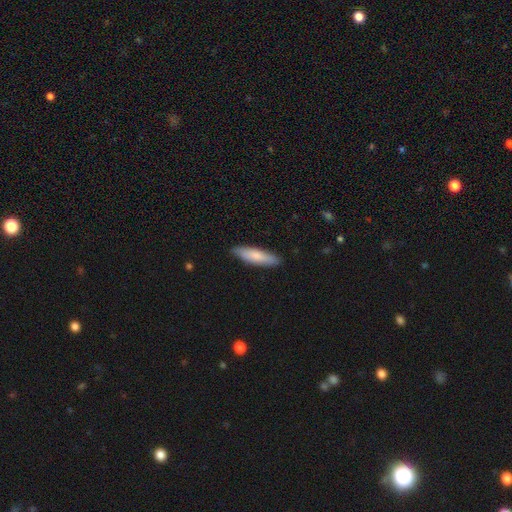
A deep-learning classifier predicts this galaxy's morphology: This is likely a smooth galaxy (78%). How rounded: likely cigar-shaped (70%). Merging: clearly none (86%).